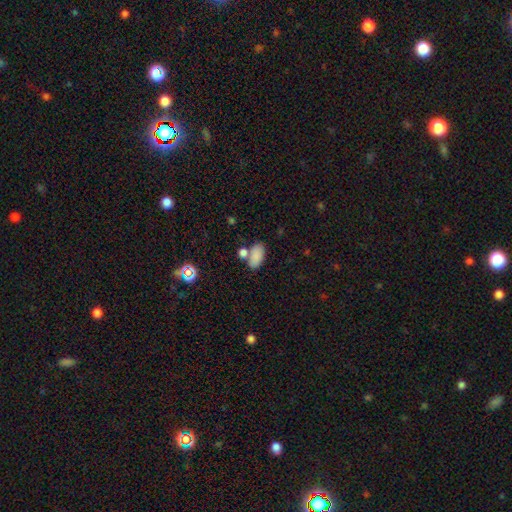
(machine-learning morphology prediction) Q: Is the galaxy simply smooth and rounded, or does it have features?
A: smooth — 84%.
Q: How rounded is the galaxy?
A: in between — 92%.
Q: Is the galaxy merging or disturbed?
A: none — 59%.